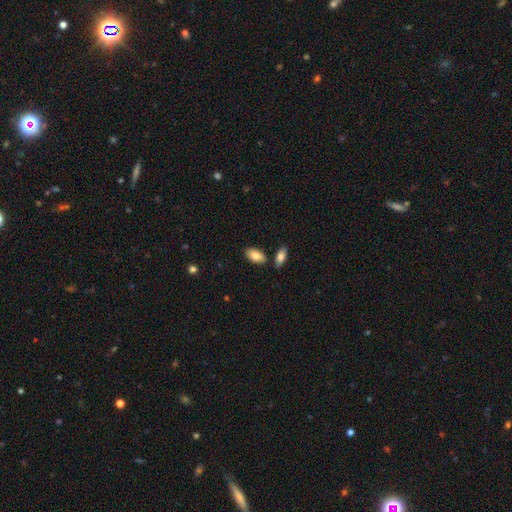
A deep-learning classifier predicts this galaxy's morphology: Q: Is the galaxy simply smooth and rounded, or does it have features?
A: smooth — 86%.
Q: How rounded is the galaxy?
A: in between — 93%.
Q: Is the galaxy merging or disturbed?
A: none — 79%.